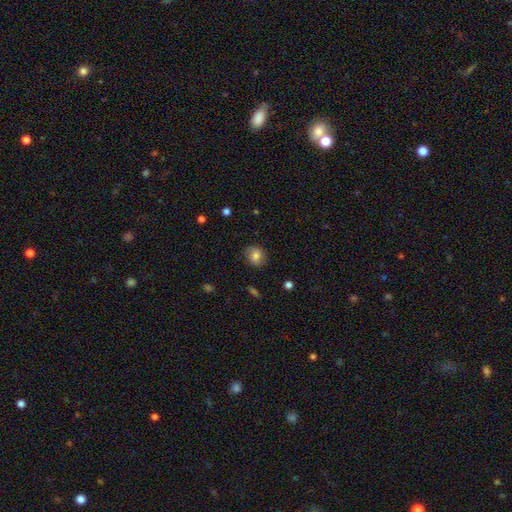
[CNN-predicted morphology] smooth_or_featured: smooth (p=0.71) [alt: featured or disk p=0.19]
how_rounded: round (p=0.75) [alt: in between p=0.24]
merging: none (p=0.81) [alt: minor disturbance p=0.14]